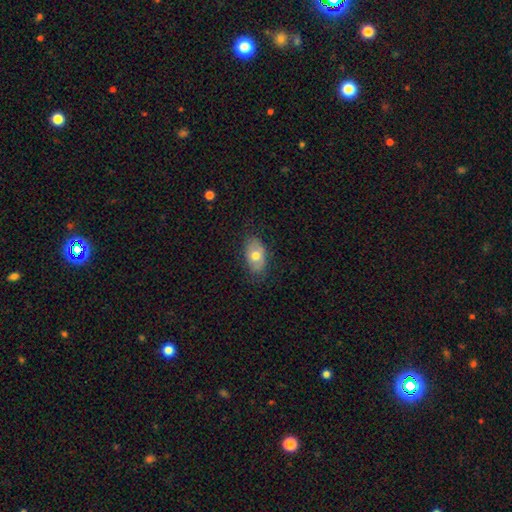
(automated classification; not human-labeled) Smooth or featured: smooth — 67% (featured or disk — 26%)
How rounded: in between — 89% (round — 9%)
Merging: none — 76% (minor disturbance — 18%)